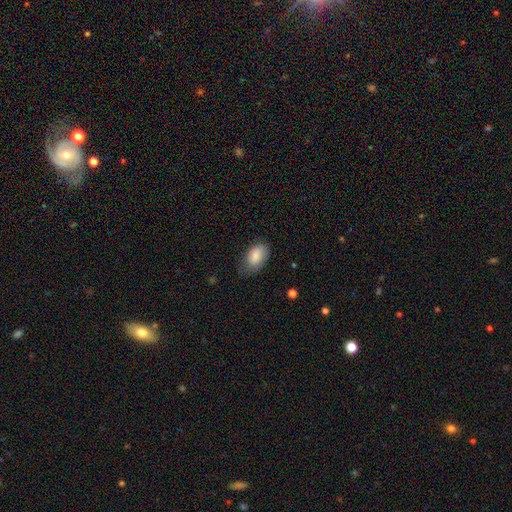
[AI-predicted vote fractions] Q: Smooth or featured?
A: smooth (84%); runner-up: featured or disk (9%)
Q: How rounded?
A: in between (92%); runner-up: round (6%)
Q: Merging?
A: none (62%); runner-up: minor disturbance (30%)